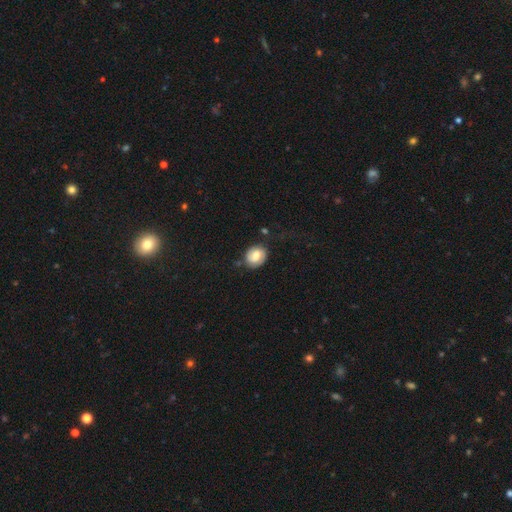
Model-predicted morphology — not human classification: A smooth galaxy with no disk features (60%) that is round (57%). Merging: none (68%).